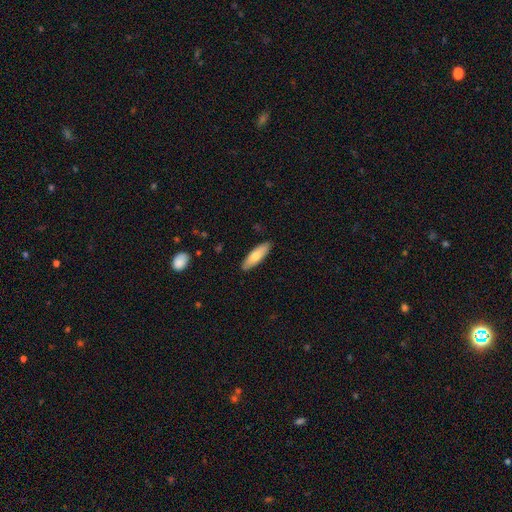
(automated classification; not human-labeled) This appears to be a smooth galaxy with no disk features (74%) that is in between round and cigar-shaped (50%). Merging: none (89%).